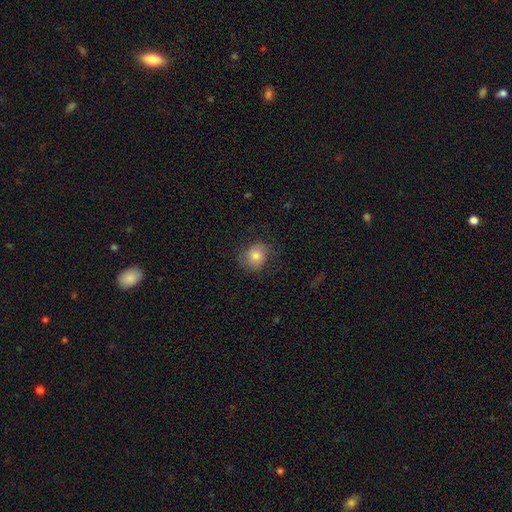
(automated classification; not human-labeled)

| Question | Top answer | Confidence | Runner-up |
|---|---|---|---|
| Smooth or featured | smooth | 77% | featured or disk (14%) |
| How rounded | round | 67% | in between (32%) |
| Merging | none | 72% | minor disturbance (18%) |